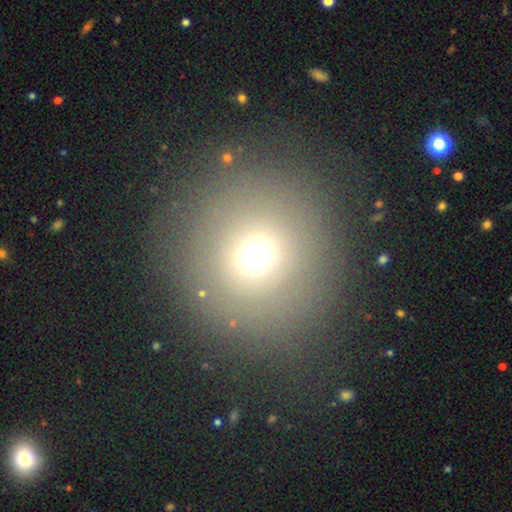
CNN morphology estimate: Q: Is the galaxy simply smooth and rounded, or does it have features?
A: smooth — 68%.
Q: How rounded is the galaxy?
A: round — 94%.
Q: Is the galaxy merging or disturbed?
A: none — 85%.